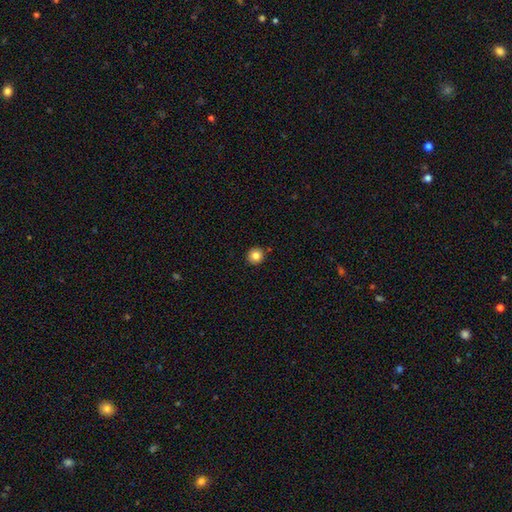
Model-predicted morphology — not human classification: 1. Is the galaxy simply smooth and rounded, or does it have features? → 83% smooth, 11% star or artifact, 7% featured or disk.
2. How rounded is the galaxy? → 93% round, 6% in between, 1% cigar-shaped.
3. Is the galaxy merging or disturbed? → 89% none, 7% minor disturbance, 2% merger, 2% major disturbance.